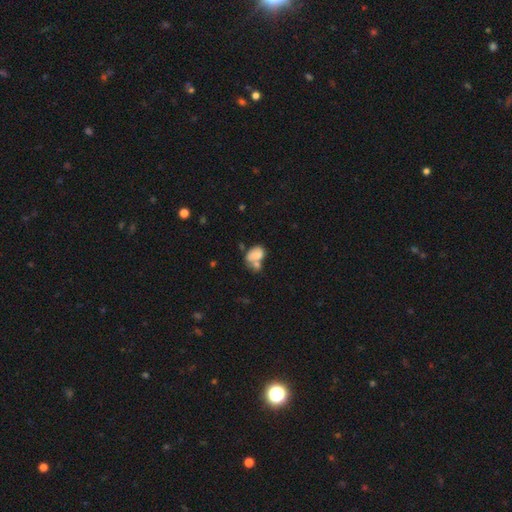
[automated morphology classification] This is likely a smooth galaxy (71%). How rounded: likely in between (73%). Merging: possibly merger (52%).